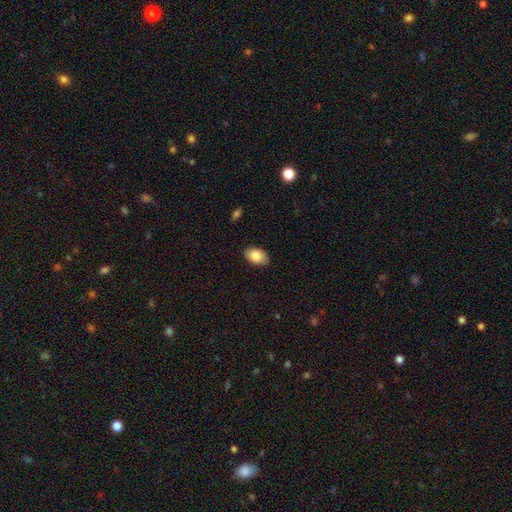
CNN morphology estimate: Q: Smooth or featured?
A: smooth (84%); runner-up: featured or disk (10%)
Q: How rounded?
A: in between (91%); runner-up: round (8%)
Q: Merging?
A: none (86%); runner-up: minor disturbance (11%)